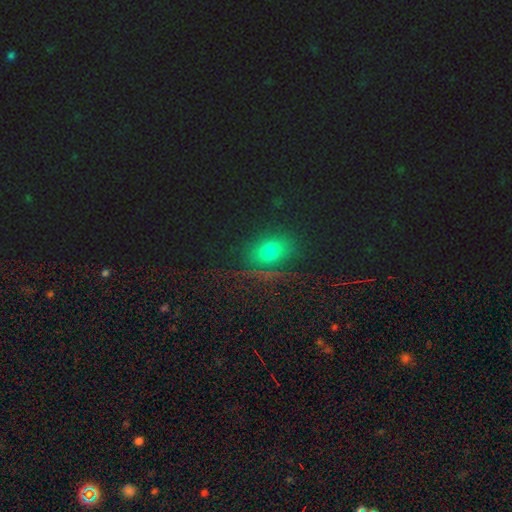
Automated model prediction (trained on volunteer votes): Morphology: type=smooth (55%); roundness=in between (56%); merging=none (76%).